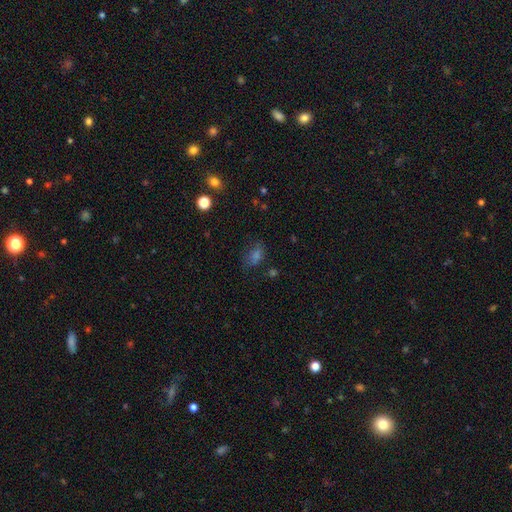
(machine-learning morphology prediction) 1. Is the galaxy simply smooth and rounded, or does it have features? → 55% smooth, 29% star or artifact, 16% featured or disk.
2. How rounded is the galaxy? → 77% in between, 19% round, 3% cigar-shaped.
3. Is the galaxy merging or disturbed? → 65% none, 20% minor disturbance, 11% major disturbance, 3% merger.